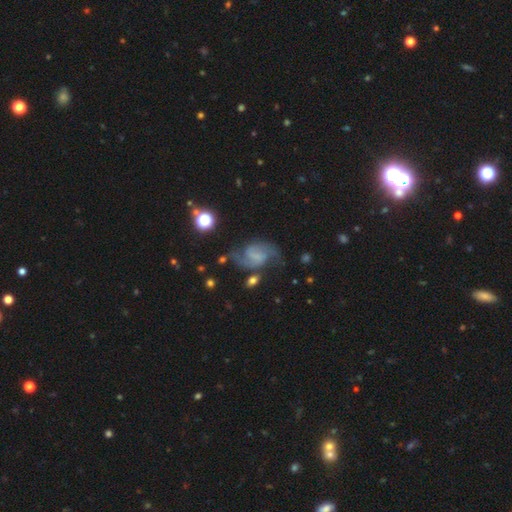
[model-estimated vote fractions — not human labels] featured or disk 82%, smooth 10%, star or artifact 8%. Down the decision tree: edge-on disk — no (98%); bar — weak (49%); spiral arms — yes (96%); spiral arm count — 2 (92%); spiral winding — medium (48%); bulge size — none (58%); merging — none (66%).